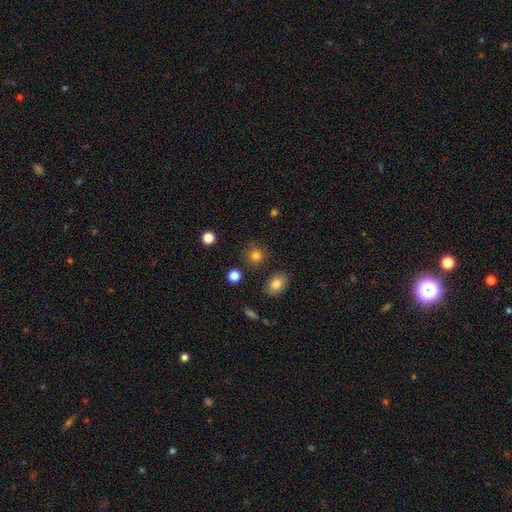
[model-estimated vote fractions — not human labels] Smooth or featured? smooth (80%)
How rounded? round (87%)
Merging? none (81%)